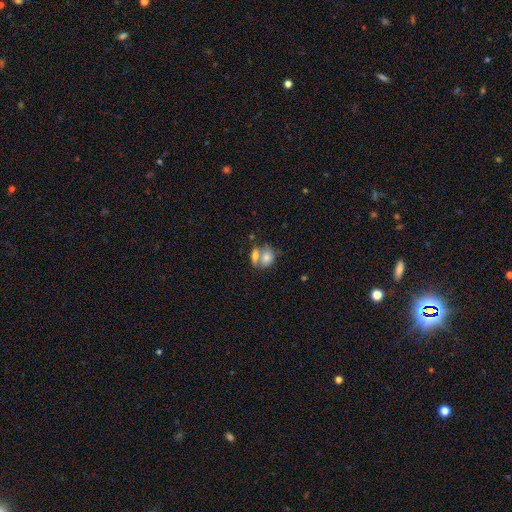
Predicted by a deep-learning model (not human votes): smooth 77%, featured or disk 16%, star or artifact 8%. Down the decision tree: how rounded — in between (72%); merging — merger (61%).